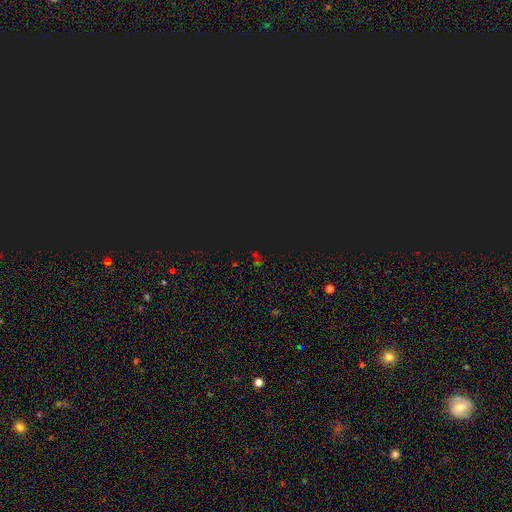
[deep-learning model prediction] This is likely a star or artifact rather than a galaxy (71%).